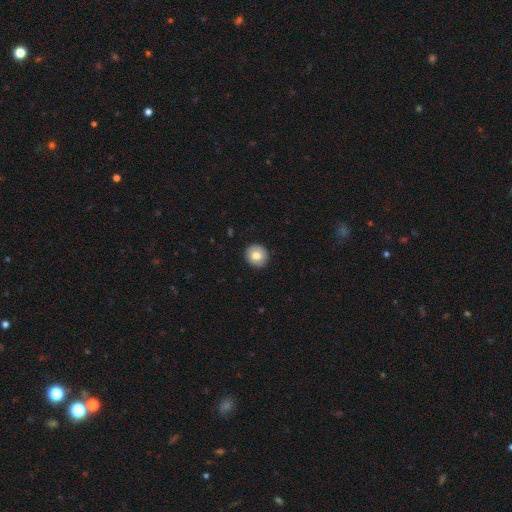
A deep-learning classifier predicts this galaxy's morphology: type=smooth (78%); roundness=round (89%); merging=none (91%).